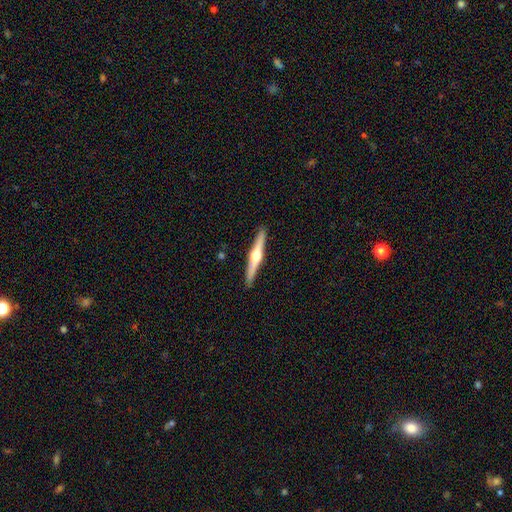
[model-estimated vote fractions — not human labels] smooth-or-featured: featured or disk: 74% | smooth: 21% | star or artifact: 5%
  disk-edge-on: yes: 98% | no: 2%
    edge-on-bulge: rounded: 95% | boxy: 2% | none: 2%
  merging: none: 92% | minor disturbance: 6% | major disturbance: 1% | merger: 1%